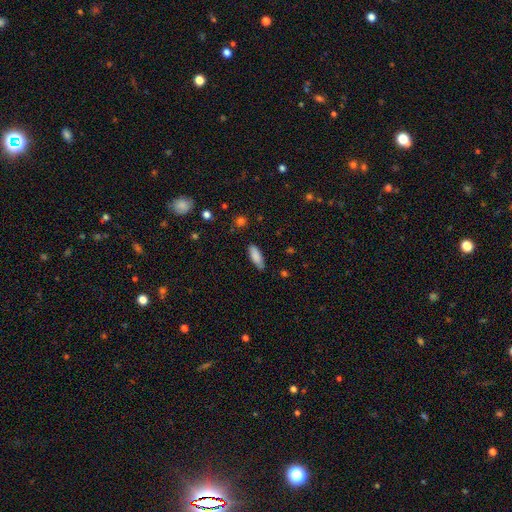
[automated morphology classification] smooth-or-featured: smooth: 86% | featured or disk: 8% | star or artifact: 7%
  how-rounded: in between: 64% | cigar-shaped: 34% | round: 2%
  merging: none: 81% | minor disturbance: 15% | major disturbance: 3% | merger: 1%